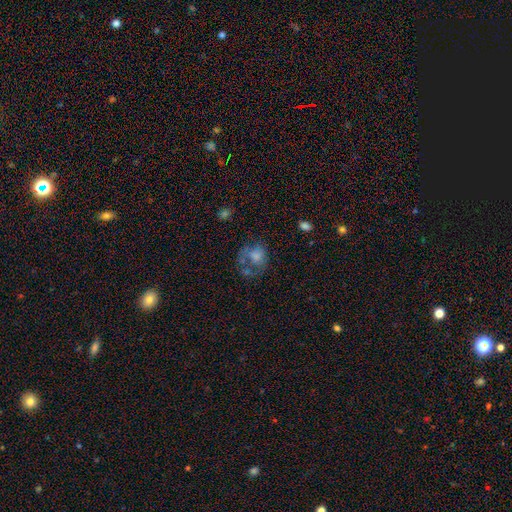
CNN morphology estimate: Smooth or featured? smooth (55%)
How rounded? round (61%)
Merging? none (34%)